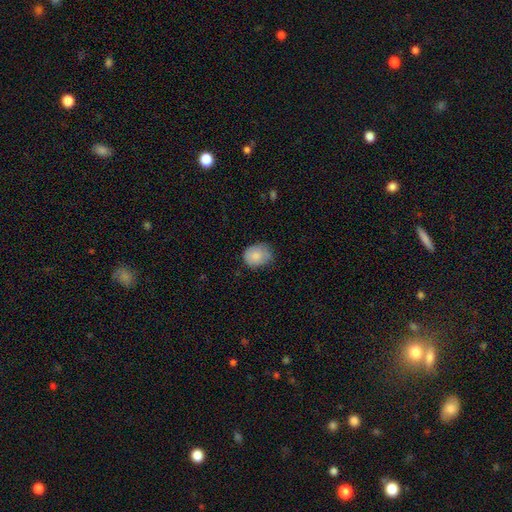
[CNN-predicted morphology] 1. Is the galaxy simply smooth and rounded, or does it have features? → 84% smooth, 9% featured or disk, 7% star or artifact.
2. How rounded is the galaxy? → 50% round, 49% in between, 1% cigar-shaped.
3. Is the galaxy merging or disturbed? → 64% none, 29% minor disturbance, 6% major disturbance, 1% merger.